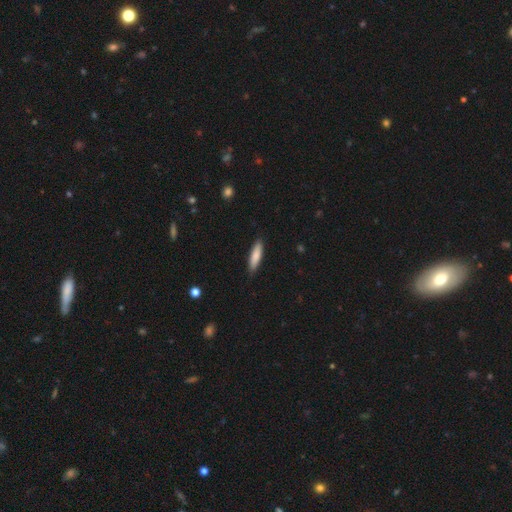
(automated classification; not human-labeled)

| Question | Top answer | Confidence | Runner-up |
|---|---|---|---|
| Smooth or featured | smooth | 82% | featured or disk (12%) |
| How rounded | cigar-shaped | 74% | in between (25%) |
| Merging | none | 88% | minor disturbance (9%) |